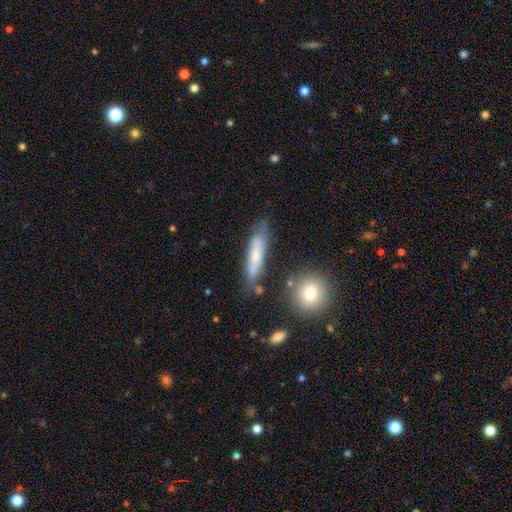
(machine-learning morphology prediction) Smooth or featured? smooth (63%)
How rounded? cigar-shaped (80%)
Merging? none (70%)